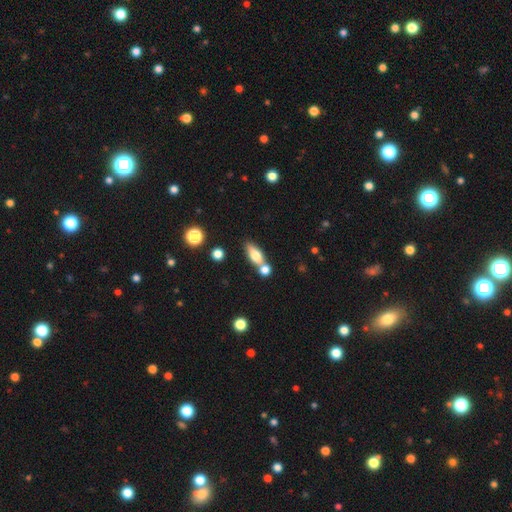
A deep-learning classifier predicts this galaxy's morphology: This is likely a smooth galaxy (71%). How rounded: likely in between (69%). Merging: possibly none (49%).